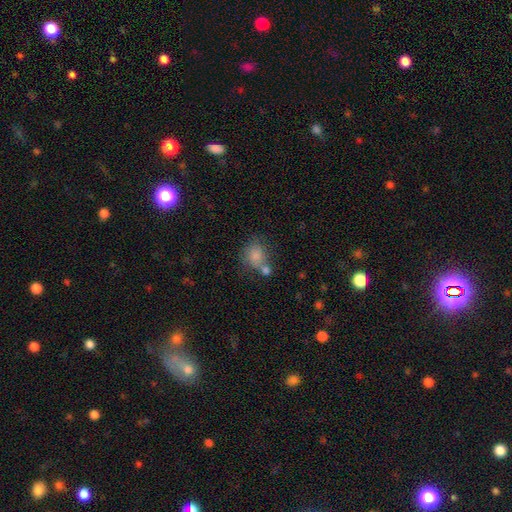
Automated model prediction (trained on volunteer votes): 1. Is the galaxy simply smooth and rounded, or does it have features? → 81% smooth, 10% star or artifact, 9% featured or disk.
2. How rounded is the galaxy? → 63% round, 36% in between, 1% cigar-shaped.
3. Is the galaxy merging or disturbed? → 45% none, 31% merger, 16% minor disturbance, 7% major disturbance.